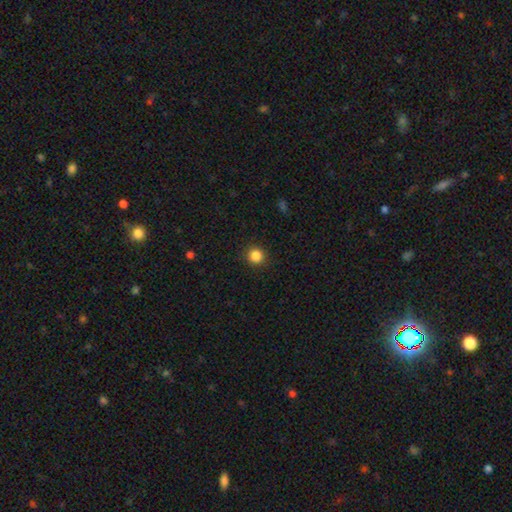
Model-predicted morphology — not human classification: Overall: smooth (86%). How rounded: round (93%). Merging: none (91%).